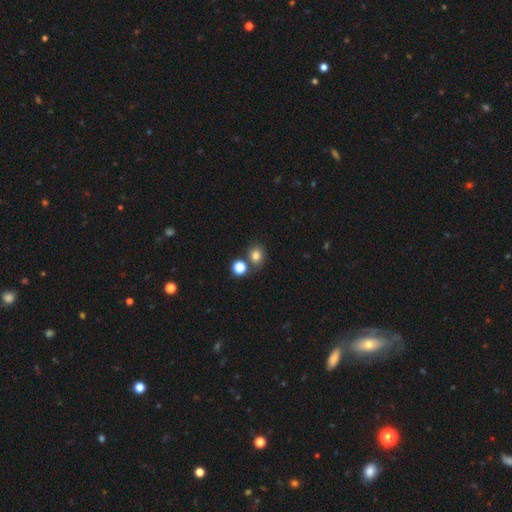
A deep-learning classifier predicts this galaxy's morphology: smooth_or_featured: smooth (p=0.79) [alt: star or artifact p=0.14]
how_rounded: round (p=0.68) [alt: in between p=0.31]
merging: none (p=0.68) [alt: merger p=0.17]